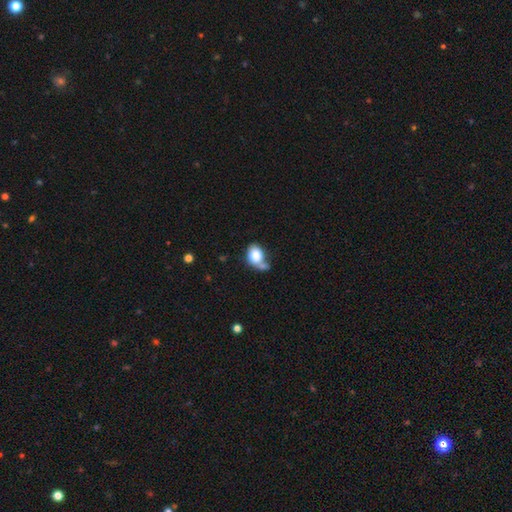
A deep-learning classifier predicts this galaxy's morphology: smooth-or-featured: smooth: 82% | featured or disk: 9% | star or artifact: 8%
  how-rounded: in between: 62% | round: 37% | cigar-shaped: 1%
  merging: merger: 38% | none: 33% | minor disturbance: 18% | major disturbance: 11%